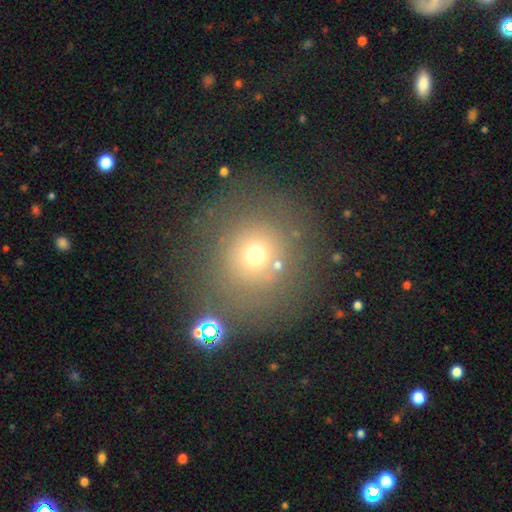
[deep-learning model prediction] This is likely a smooth galaxy (66%). How rounded: clearly round (89%). Merging: likely none (76%).